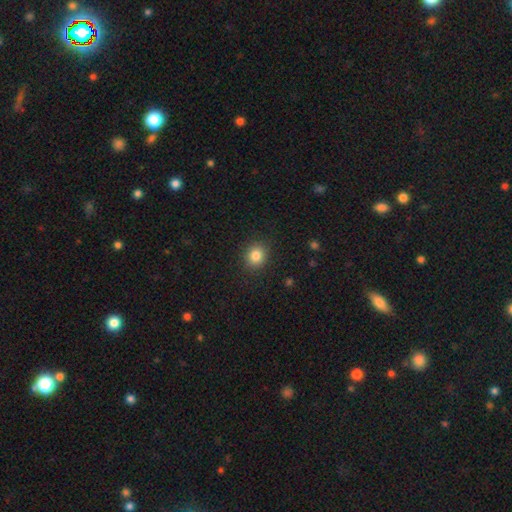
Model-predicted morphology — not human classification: Smooth or featured? Predicted: smooth (p=0.84). How rounded? Predicted: round (p=0.78). Merging? Predicted: none (p=0.89).